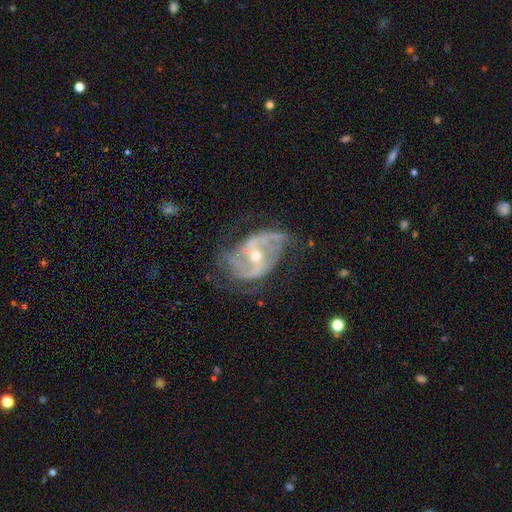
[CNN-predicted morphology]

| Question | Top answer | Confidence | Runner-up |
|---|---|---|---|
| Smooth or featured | featured or disk | 87% | star or artifact (7%) |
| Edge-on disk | no | 96% | yes (4%) |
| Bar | weak | 38% | no (34%) |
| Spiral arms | yes | 91% | no (9%) |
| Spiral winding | medium | 45% | loose (34%) |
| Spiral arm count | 2 | 67% | can't tell (13%) |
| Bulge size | small | 50% | moderate (46%) |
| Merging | none | 54% | minor disturbance (24%) |